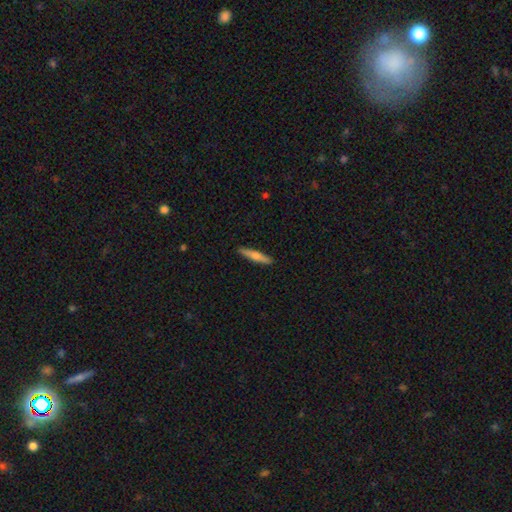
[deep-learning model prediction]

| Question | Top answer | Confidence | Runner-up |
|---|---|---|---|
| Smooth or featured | smooth | 58% | featured or disk (37%) |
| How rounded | cigar-shaped | 90% | in between (8%) |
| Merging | none | 90% | minor disturbance (7%) |